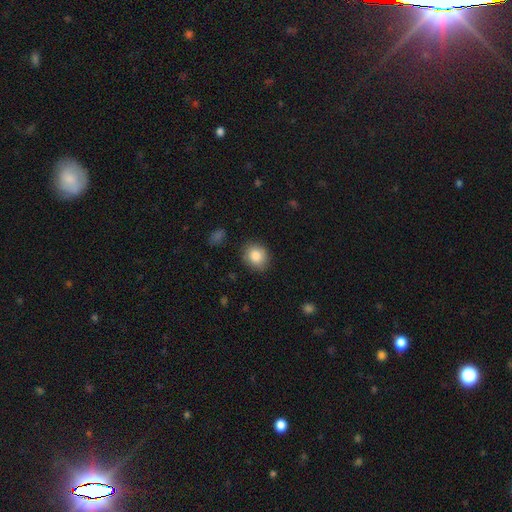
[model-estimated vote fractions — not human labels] Overall: smooth (85%). How rounded: round (68%; in between 31%). Merging: none (85%).